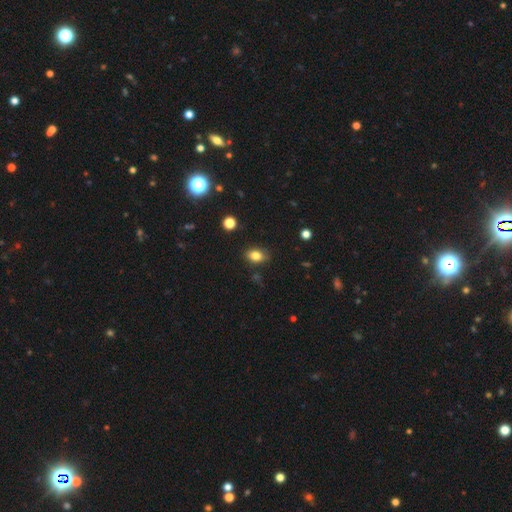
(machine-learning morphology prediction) Smooth or featured? smooth (81%)
How rounded? in between (78%)
Merging? none (83%)